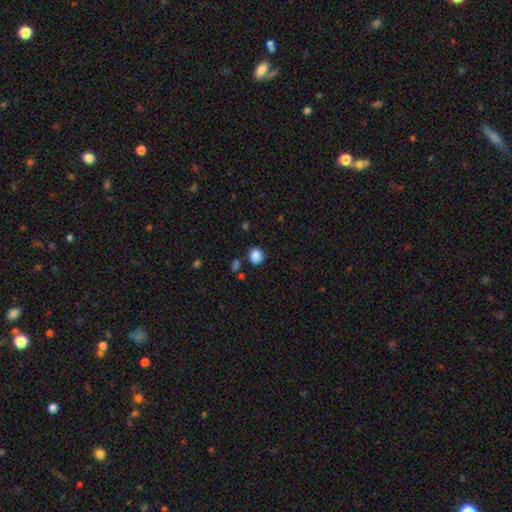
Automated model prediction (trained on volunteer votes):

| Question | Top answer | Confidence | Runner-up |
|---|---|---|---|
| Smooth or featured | smooth | 87% | star or artifact (10%) |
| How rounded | round | 84% | in between (15%) |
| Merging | none | 83% | minor disturbance (10%) |